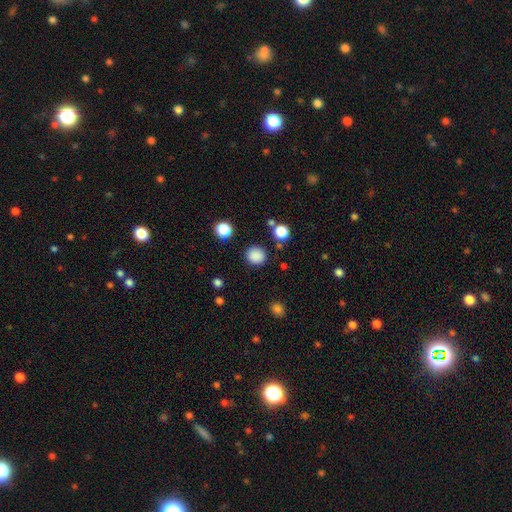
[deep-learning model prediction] Morphology: type=smooth (86%); roundness=round (90%); merging=none (87%).